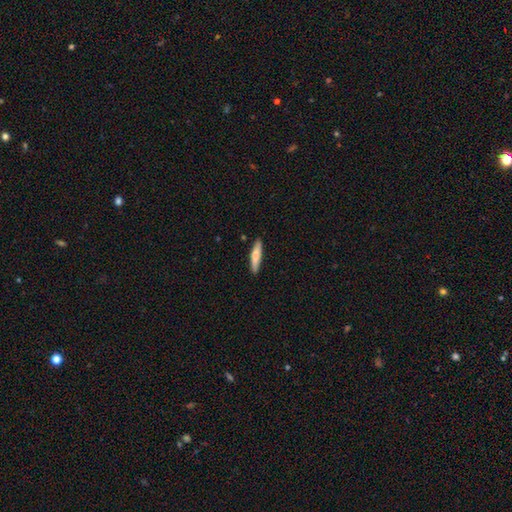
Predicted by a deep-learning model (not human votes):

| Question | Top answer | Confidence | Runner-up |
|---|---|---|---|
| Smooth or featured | smooth | 80% | featured or disk (14%) |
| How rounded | cigar-shaped | 86% | in between (13%) |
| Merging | none | 88% | minor disturbance (9%) |